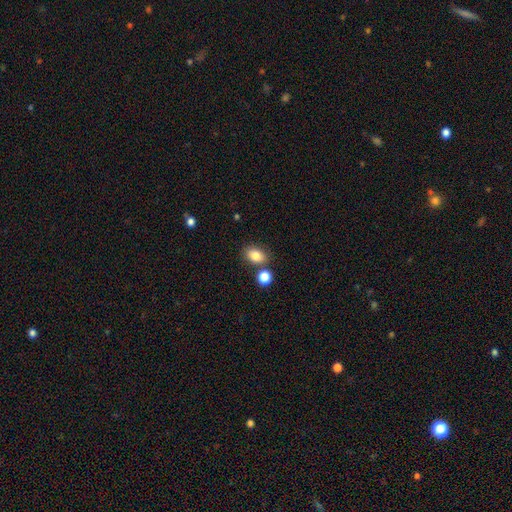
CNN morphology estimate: smooth_or_featured: smooth (p=0.82) [alt: star or artifact p=0.10]
how_rounded: in between (p=0.75) [alt: round p=0.23]
merging: none (p=0.71) [alt: merger p=0.14]